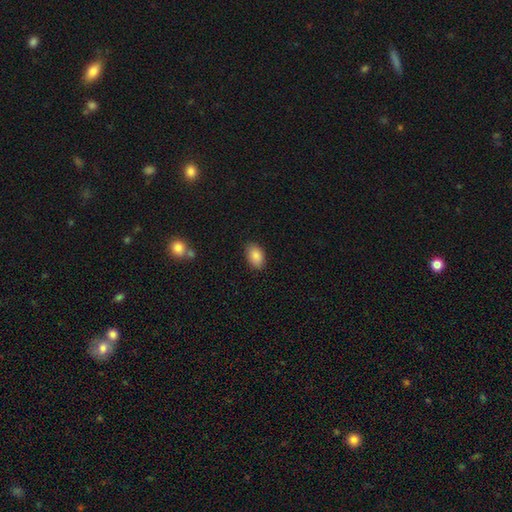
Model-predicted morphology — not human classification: Smooth or featured: smooth — 87% (star or artifact — 7%)
How rounded: in between — 91% (round — 8%)
Merging: none — 86% (minor disturbance — 11%)